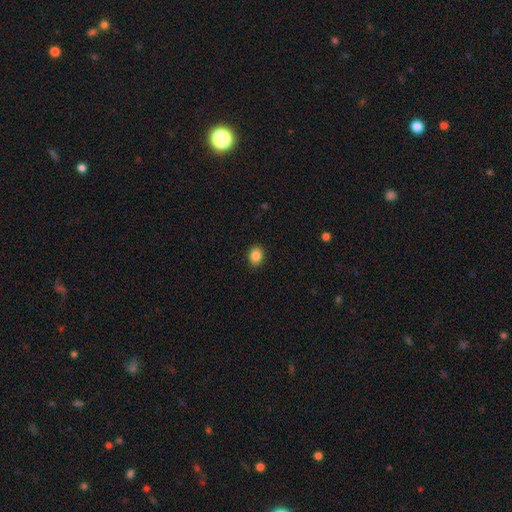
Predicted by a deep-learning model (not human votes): This is clearly a smooth galaxy (86%). How rounded: possibly round (51%). Merging: clearly none (89%).